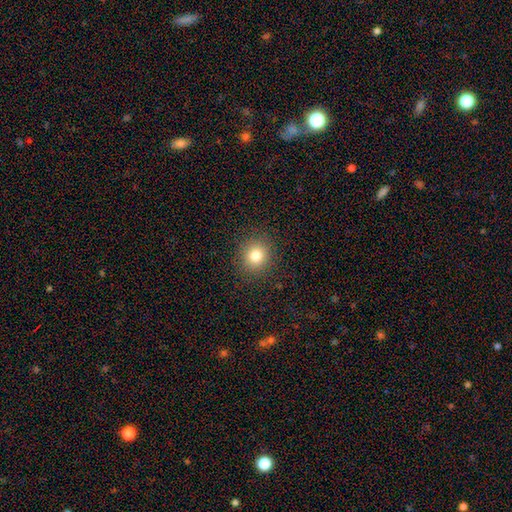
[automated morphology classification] Q: Smooth or featured?
A: smooth (80%); runner-up: star or artifact (13%)
Q: How rounded?
A: round (87%); runner-up: in between (12%)
Q: Merging?
A: none (90%); runner-up: minor disturbance (6%)